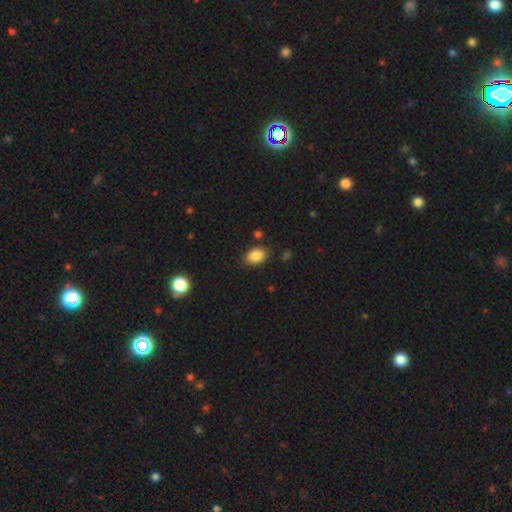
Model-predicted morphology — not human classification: Smooth or featured? Predicted: smooth (p=0.87). How rounded? Predicted: in between (p=0.79). Merging? Predicted: none (p=0.83).